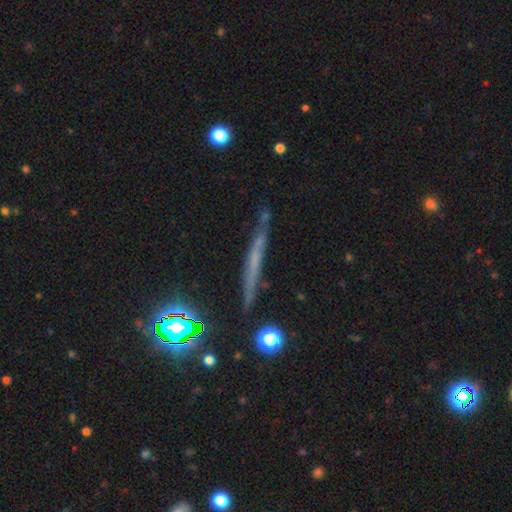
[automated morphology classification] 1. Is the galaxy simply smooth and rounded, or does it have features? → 47% featured or disk, 35% smooth, 18% star or artifact.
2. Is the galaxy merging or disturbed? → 81% none, 13% minor disturbance, 3% major disturbance, 3% merger.